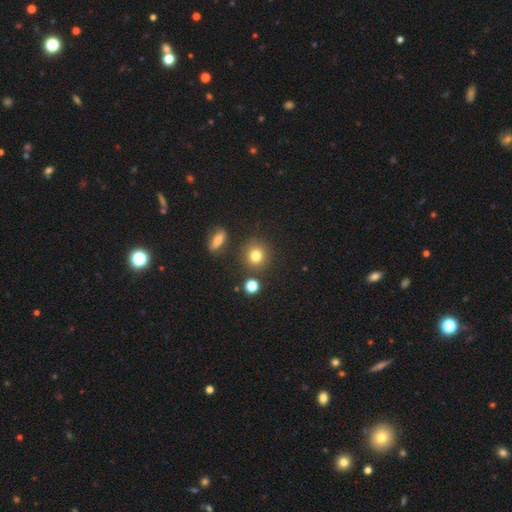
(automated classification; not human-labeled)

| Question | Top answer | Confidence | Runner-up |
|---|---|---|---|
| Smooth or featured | smooth | 78% | star or artifact (13%) |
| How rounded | round | 89% | in between (10%) |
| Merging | none | 83% | minor disturbance (8%) |